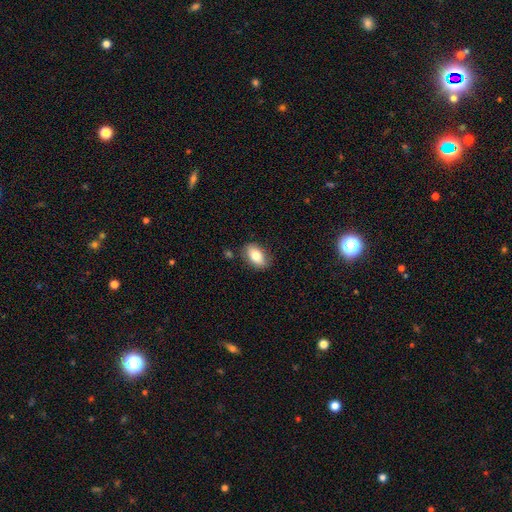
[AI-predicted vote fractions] Smooth or featured? Predicted: smooth (p=0.80). How rounded? Predicted: in between (p=0.91). Merging? Predicted: none (p=0.79).